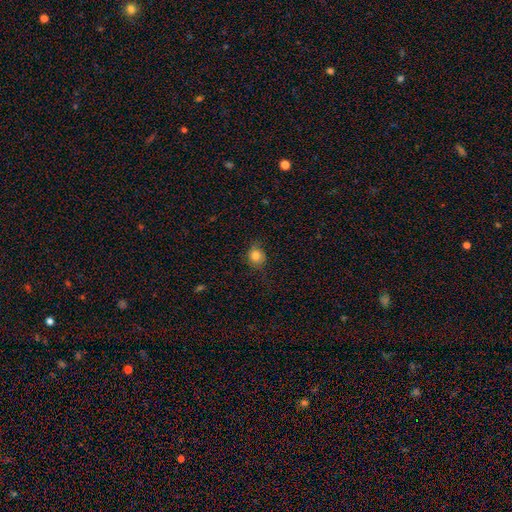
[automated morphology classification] A smooth galaxy with no disk features (81%) that is round (77%). Merging: none (77%).